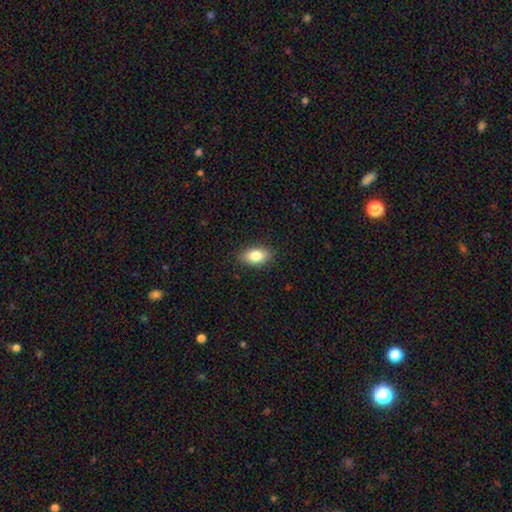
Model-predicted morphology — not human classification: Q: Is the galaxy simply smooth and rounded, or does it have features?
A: smooth — 81%.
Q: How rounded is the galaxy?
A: in between — 88%.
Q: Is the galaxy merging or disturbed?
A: none — 87%.